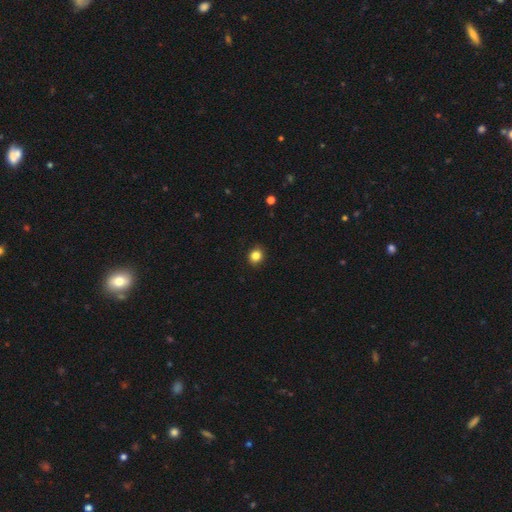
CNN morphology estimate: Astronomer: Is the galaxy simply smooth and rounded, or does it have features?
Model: smooth — 85%.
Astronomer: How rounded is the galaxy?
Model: round — 80%.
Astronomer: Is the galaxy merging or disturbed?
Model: none — 91%.